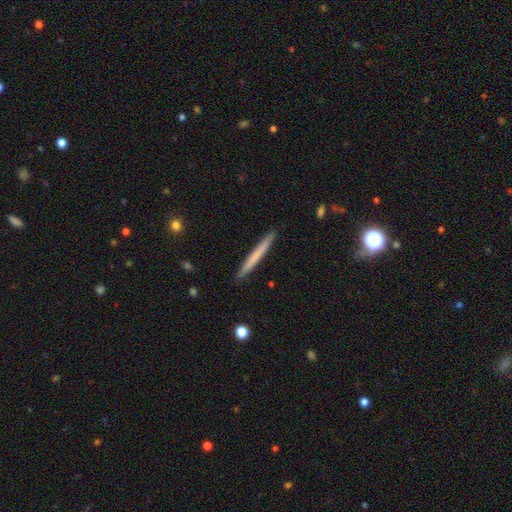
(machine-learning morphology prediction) Overall: smooth (62%; featured or disk 32%). How rounded: cigar-shaped (97%). Merging: none (92%).